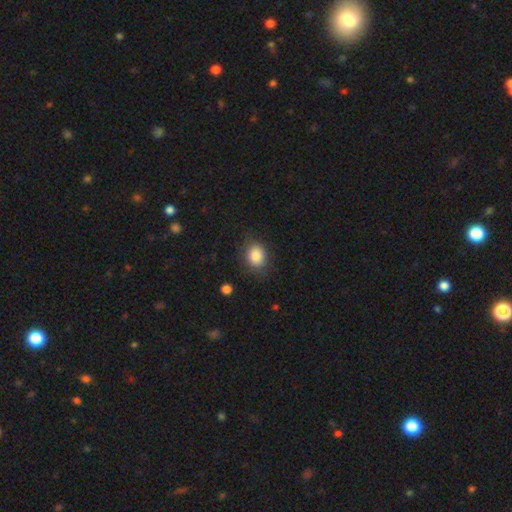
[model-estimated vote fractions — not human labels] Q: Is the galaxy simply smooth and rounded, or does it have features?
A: smooth — 86%.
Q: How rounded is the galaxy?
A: round — 51%.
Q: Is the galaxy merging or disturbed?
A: none — 79%.